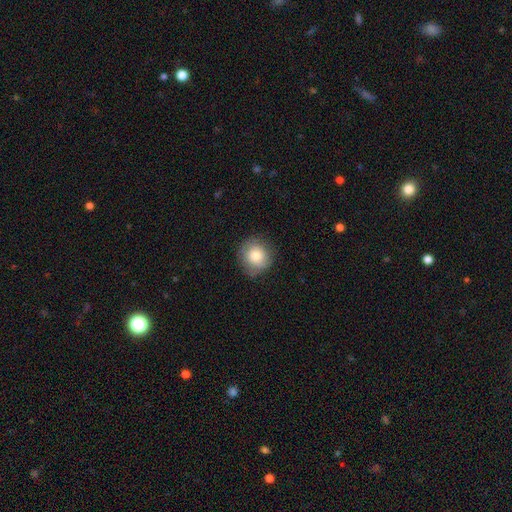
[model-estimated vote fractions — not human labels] Smooth or featured: smooth — 81% (featured or disk — 11%)
How rounded: round — 88% (in between — 11%)
Merging: none — 75% (minor disturbance — 19%)